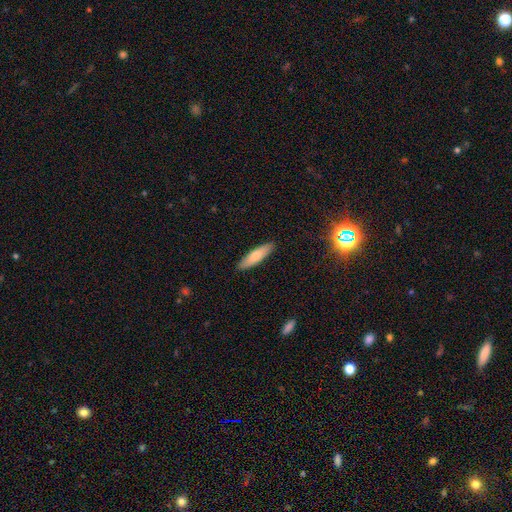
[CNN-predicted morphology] smooth_or_featured: smooth (p=0.75) [alt: featured or disk p=0.20]
how_rounded: cigar-shaped (p=0.69) [alt: in between p=0.29]
merging: none (p=0.90) [alt: minor disturbance p=0.07]